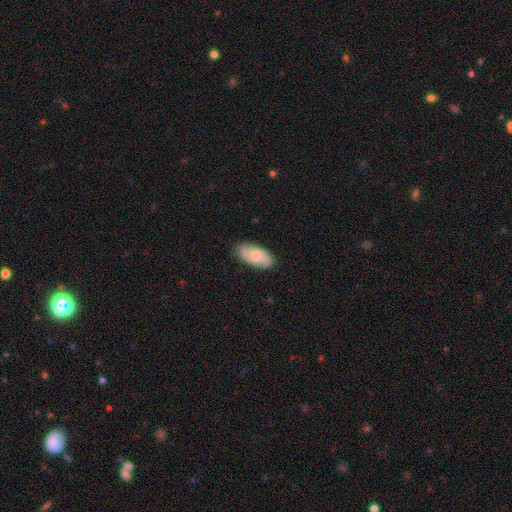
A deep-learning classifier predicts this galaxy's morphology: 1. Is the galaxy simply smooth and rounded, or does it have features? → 75% smooth, 20% featured or disk, 6% star or artifact.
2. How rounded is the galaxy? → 92% in between, 6% cigar-shaped, 2% round.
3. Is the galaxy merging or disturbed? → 81% none, 16% minor disturbance, 3% major disturbance, 1% merger.